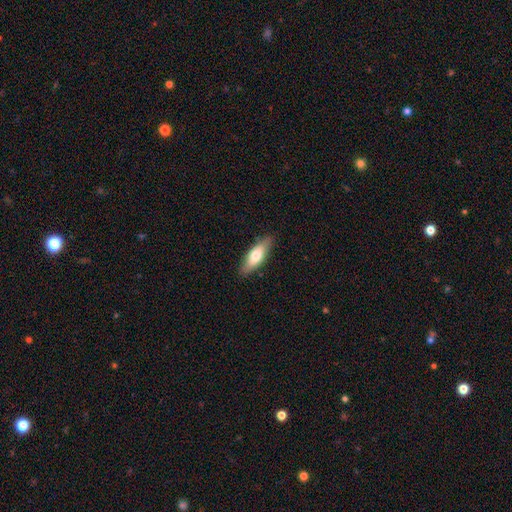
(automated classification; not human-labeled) A smooth galaxy with no disk features (68%) that is in between round and cigar-shaped (62%).

Vote fractions:
- Smooth or featured? smooth: 68% / featured or disk: 26% / star or artifact: 6%
- How rounded? in between: 62% / cigar-shaped: 36% / round: 2%
- Merging? none: 86% / minor disturbance: 11% / major disturbance: 2% / merger: 1%